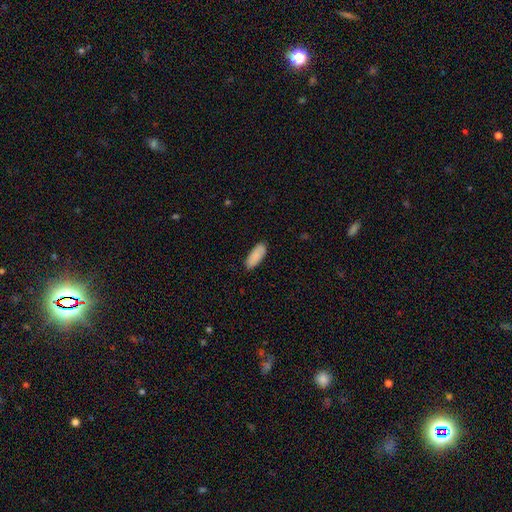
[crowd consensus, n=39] Smooth or featured: smooth — 90% (featured or disk — 5%)
How rounded: in between — 71% (cigar-shaped — 29%)
Merging: none — 86% (minor disturbance — 11%)